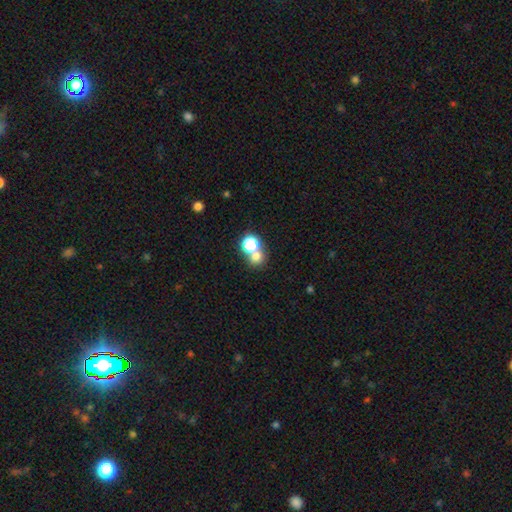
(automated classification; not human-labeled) Smooth or featured?
  - smooth: 68% *
  - star or artifact: 22%
  - featured or disk: 10%
How rounded?
  - round: 82% *
  - in between: 17%
  - cigar-shaped: 1%
Merging?
  - none: 51% *
  - merger: 39%
  - minor disturbance: 6%
  - major disturbance: 4%